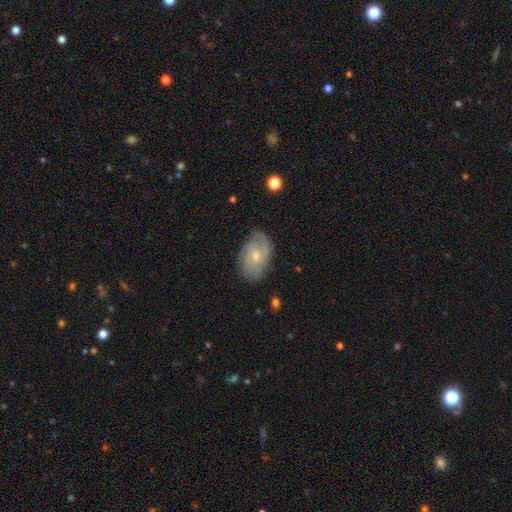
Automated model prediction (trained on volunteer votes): Overall: featured or disk (79%). Edge-on disk: no (97%). Bar: no (66%; weak 31%). Spiral arms: yes (95%). Spiral arm count: 3 (30%; 2 26%). Spiral winding: tight (48%; medium 41%). Bulge size: small (62%; moderate 33%). Merging: none (76%).